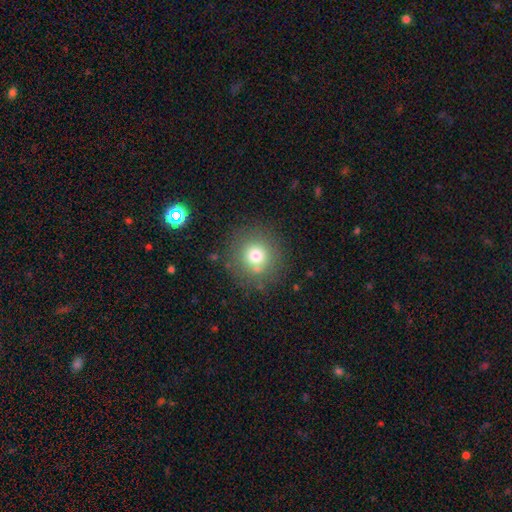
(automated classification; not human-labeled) Smooth or featured? smooth (73%)
How rounded? round (93%)
Merging? none (83%)